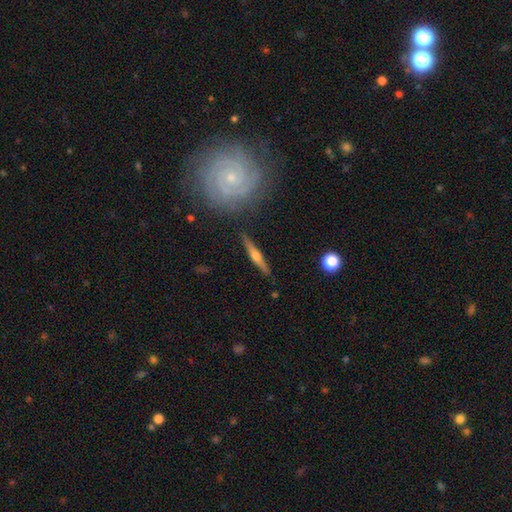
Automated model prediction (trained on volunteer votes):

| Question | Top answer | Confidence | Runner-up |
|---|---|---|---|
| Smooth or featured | featured or disk | 63% | smooth (31%) |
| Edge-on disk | yes | 95% | no (5%) |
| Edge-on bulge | rounded | 85% | none (8%) |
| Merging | none | 87% | minor disturbance (9%) |